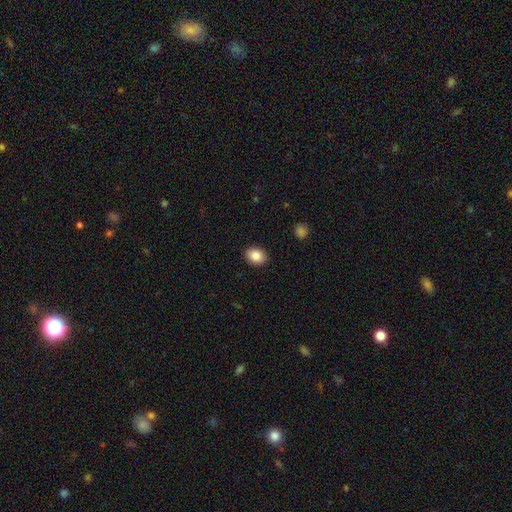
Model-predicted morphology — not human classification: This appears to be a smooth galaxy with no disk features (86%) that is in between round and cigar-shaped (51%). Merging: none (91%).